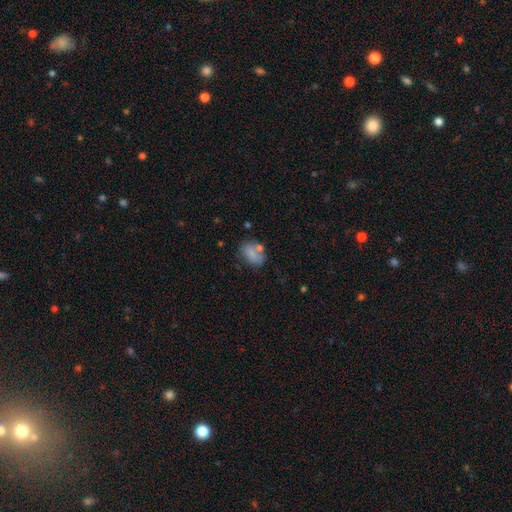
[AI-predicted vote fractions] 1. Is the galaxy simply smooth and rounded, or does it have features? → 74% smooth, 15% featured or disk, 11% star or artifact.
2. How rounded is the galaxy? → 81% in between, 17% round, 3% cigar-shaped.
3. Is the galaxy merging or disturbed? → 59% none, 20% minor disturbance, 13% merger, 7% major disturbance.